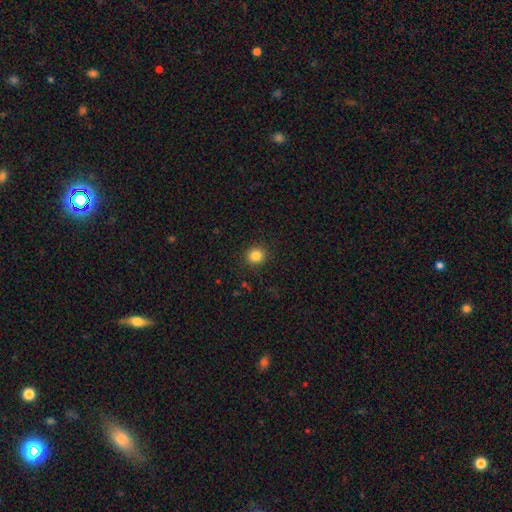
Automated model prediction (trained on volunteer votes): This appears to be a smooth galaxy with no disk features (85%) that is round (86%). Merging: none (91%).